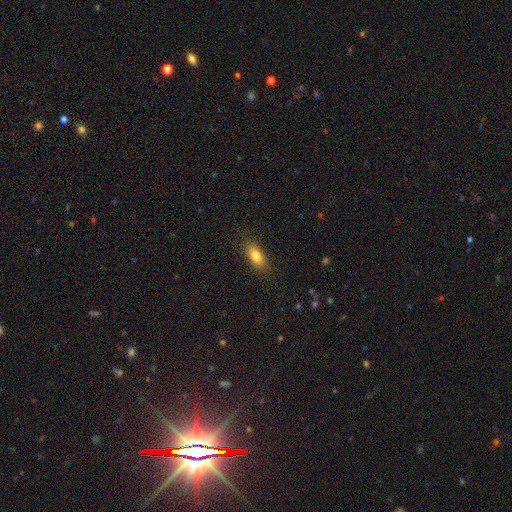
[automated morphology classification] This is clearly a smooth galaxy (82%). How rounded: likely in between (79%). Merging: clearly none (85%).